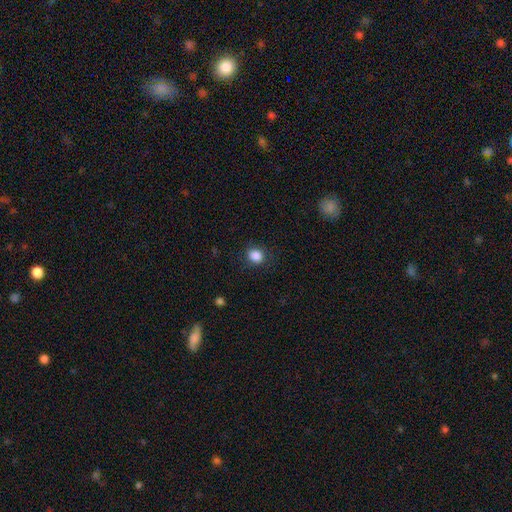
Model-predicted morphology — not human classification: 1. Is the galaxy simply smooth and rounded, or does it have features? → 87% smooth, 10% star or artifact, 3% featured or disk.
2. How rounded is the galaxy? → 74% round, 25% in between, 1% cigar-shaped.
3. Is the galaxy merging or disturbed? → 84% none, 11% minor disturbance, 4% major disturbance, 1% merger.